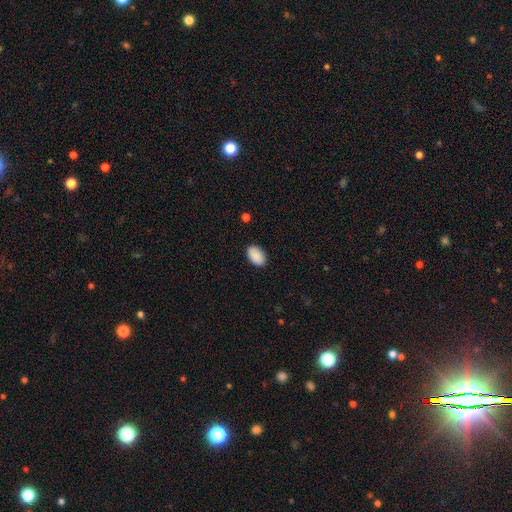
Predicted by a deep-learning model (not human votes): This is clearly a smooth galaxy (91%). How rounded: clearly in between (92%). Merging: clearly none (89%).